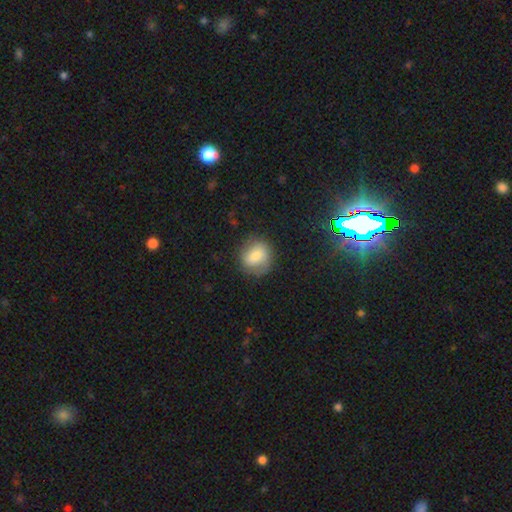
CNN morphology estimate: Overall: smooth (60%; featured or disk 30%). How rounded: round (76%). Merging: none (74%).